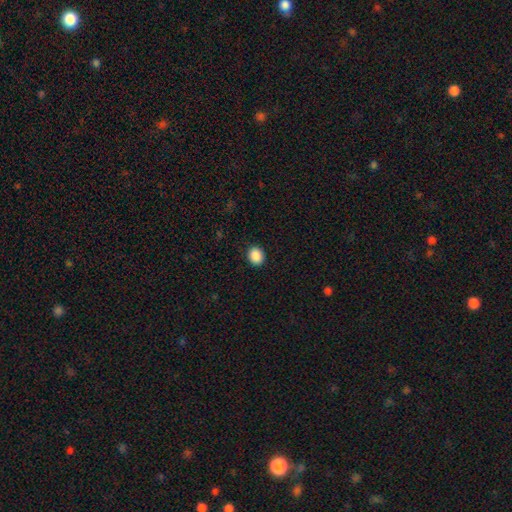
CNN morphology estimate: The model was most divided on "how rounded": round: 61%, in between: 38%, cigar-shaped: 1%. More confident: merging — none (91%); smooth or featured — smooth (89%).